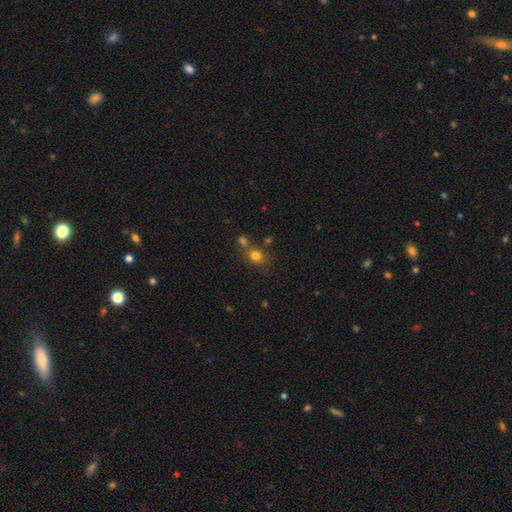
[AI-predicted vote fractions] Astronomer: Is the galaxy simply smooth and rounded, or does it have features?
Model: smooth — 77%.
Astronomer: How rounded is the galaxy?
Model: round — 68%.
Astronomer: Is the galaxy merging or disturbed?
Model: none — 58%.